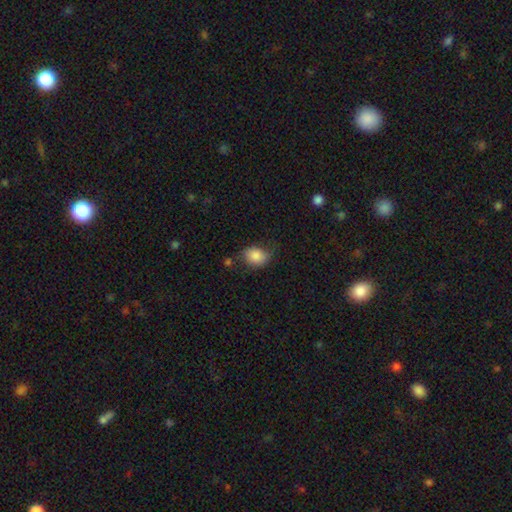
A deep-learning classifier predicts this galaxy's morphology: smooth_or_featured: smooth (p=0.83) [alt: featured or disk p=0.09]
how_rounded: in between (p=0.61) [alt: round p=0.38]
merging: none (p=0.55) [alt: minor disturbance p=0.31]